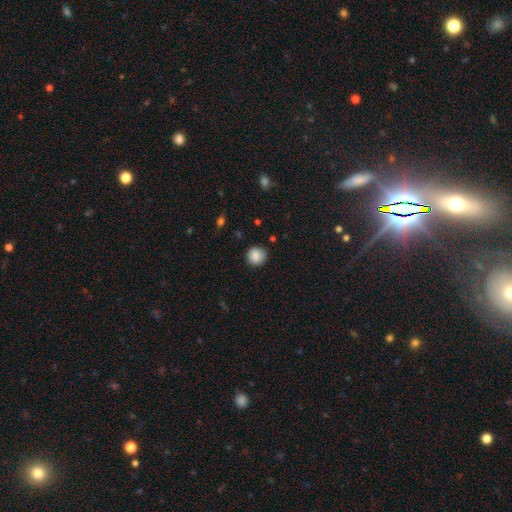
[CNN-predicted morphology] Q: Smooth or featured?
A: smooth (87%); runner-up: star or artifact (9%)
Q: How rounded?
A: round (91%); runner-up: in between (8%)
Q: Merging?
A: none (86%); runner-up: minor disturbance (10%)